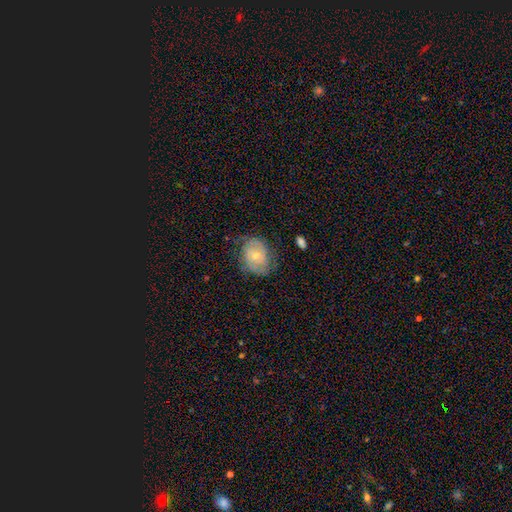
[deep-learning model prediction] The model was most divided on "spiral winding": tight: 52%, medium: 35%, loose: 12%. More confident: edge-on disk — no (97%); spiral arms — yes (87%); bar — no (71%); smooth or featured — featured or disk (67%); merging — none (66%); spiral arm count — 2 (64%); bulge size — small (59%).